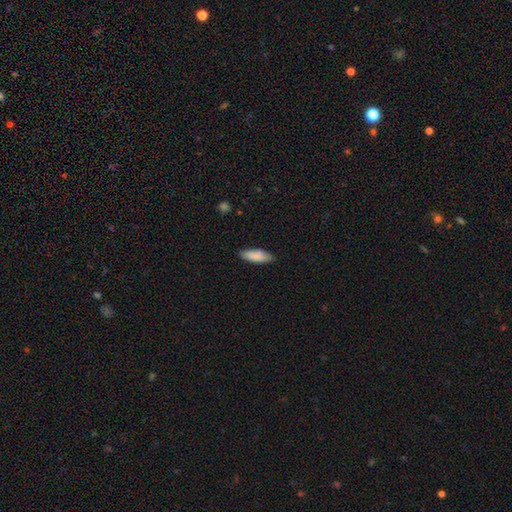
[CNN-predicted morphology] smooth-or-featured: smooth: 87% | featured or disk: 7% | star or artifact: 6%
  how-rounded: in between: 60% | cigar-shaped: 38% | round: 2%
  merging: none: 85% | minor disturbance: 12% | major disturbance: 2% | merger: 1%